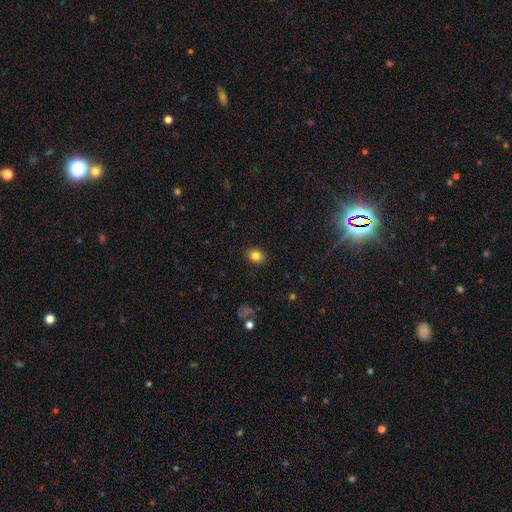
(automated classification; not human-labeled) smooth 83%, star or artifact 11%, featured or disk 6%. Down the decision tree: how rounded — round (54%); merging — none (90%).